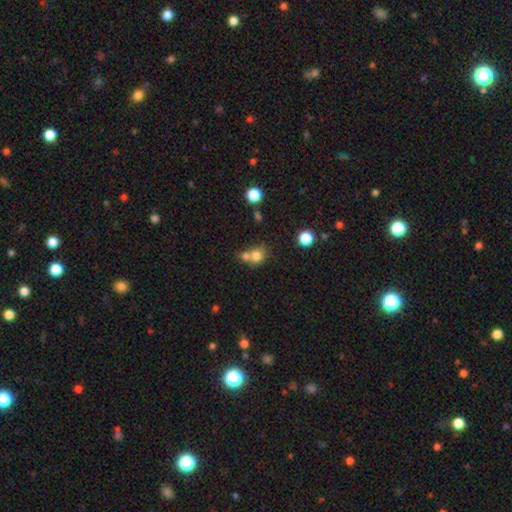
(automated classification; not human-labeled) smooth 76%, star or artifact 13%, featured or disk 11%. Down the decision tree: how rounded — round (75%); merging — merger (49%).